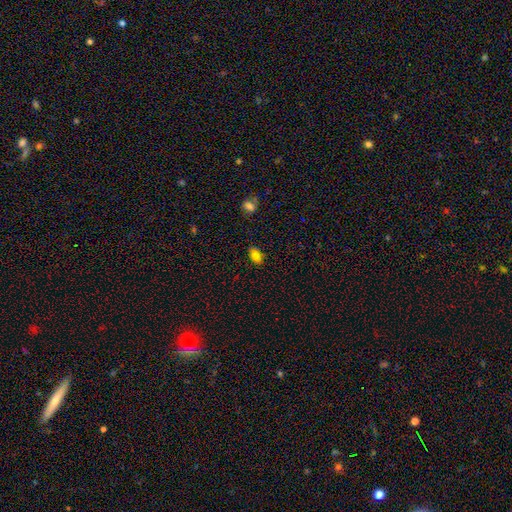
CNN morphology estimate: Smooth or featured?
  - smooth: 79% *
  - featured or disk: 10%
  - star or artifact: 10%
How rounded?
  - in between: 87% *
  - round: 11%
  - cigar-shaped: 2%
Merging?
  - none: 83% *
  - minor disturbance: 13%
  - major disturbance: 2%
  - merger: 2%